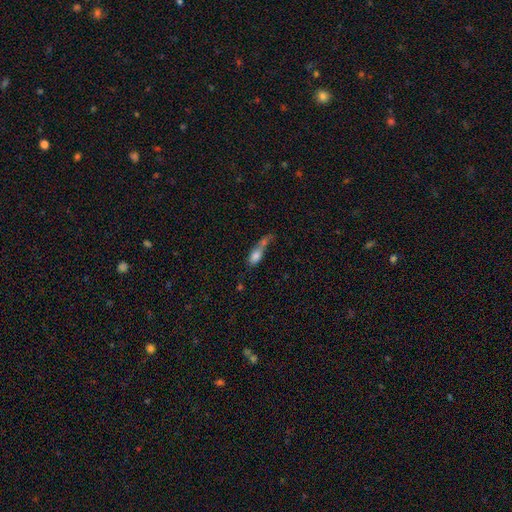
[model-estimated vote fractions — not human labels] This appears to be a smooth galaxy with no disk features (72%) that is in between round and cigar-shaped (68%). Merging: merger (39%).